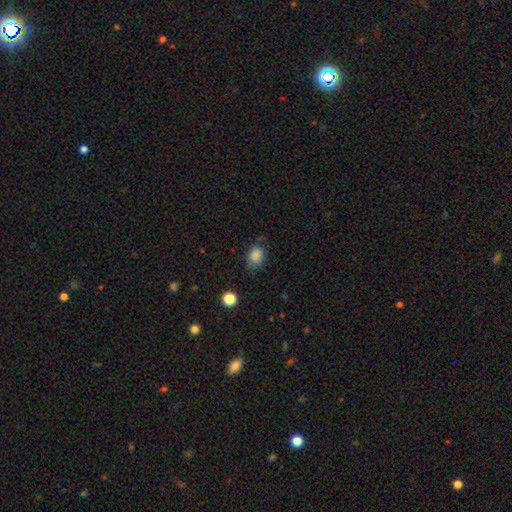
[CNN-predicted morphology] This appears to be a smooth galaxy with no disk features (84%) that is in between round and cigar-shaped (56%). Merging: none (68%).